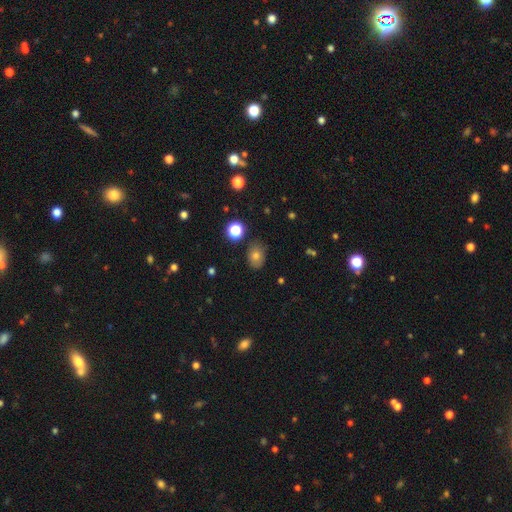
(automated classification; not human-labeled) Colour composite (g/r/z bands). It shows a smooth galaxy with no disk features (73%) that is in between round and cigar-shaped (62%). Merging: none (78%).